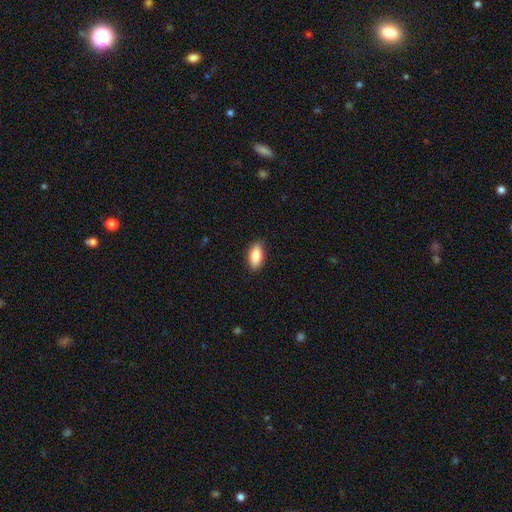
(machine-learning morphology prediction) smooth_or_featured: smooth (p=0.86) [alt: featured or disk p=0.08]
how_rounded: in between (p=0.90) [alt: cigar-shaped p=0.07]
merging: none (p=0.86) [alt: minor disturbance p=0.11]